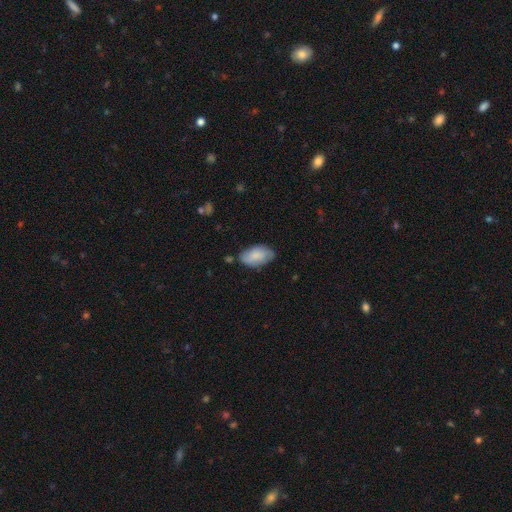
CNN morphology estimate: Smooth or featured? smooth (79%)
How rounded? in between (95%)
Merging? none (69%)